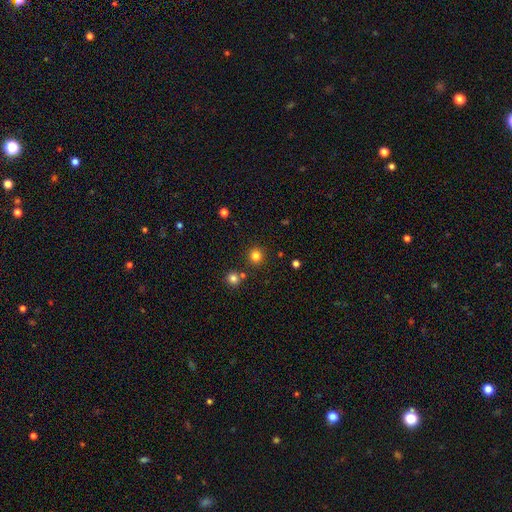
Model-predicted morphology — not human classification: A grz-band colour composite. It shows a smooth galaxy with no disk features (80%) that is round (93%). Merging: none (87%).